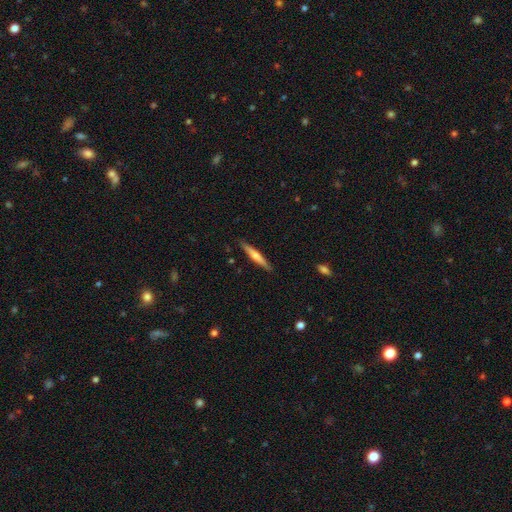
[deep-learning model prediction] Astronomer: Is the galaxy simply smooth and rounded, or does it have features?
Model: featured or disk — 49% (runner-up: smooth, 46%).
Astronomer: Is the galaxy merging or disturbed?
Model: none — 90%.